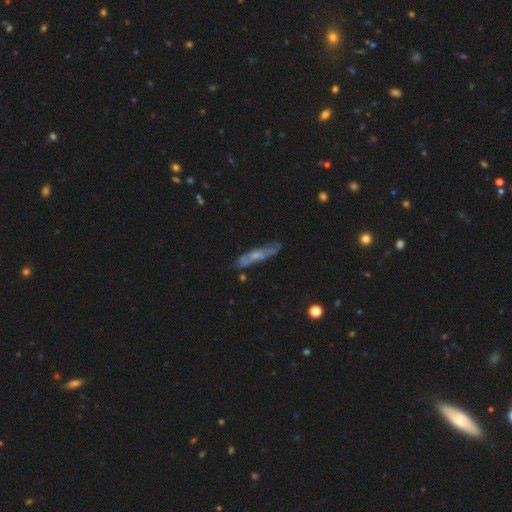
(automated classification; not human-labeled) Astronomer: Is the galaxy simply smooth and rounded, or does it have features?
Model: featured or disk — 58%.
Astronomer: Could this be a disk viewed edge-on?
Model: yes — 53% (runner-up: no, 47%).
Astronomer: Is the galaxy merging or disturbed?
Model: none — 68%.